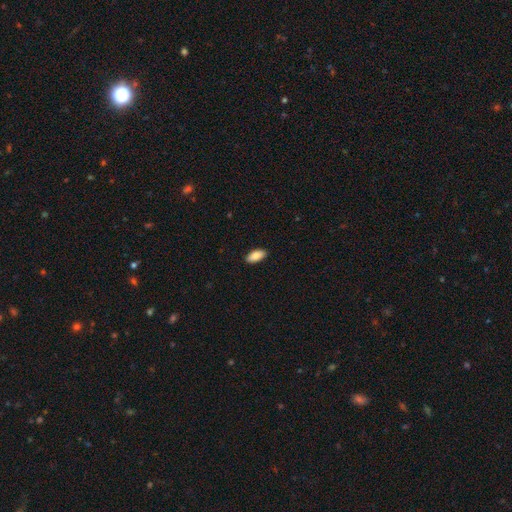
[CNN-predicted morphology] smooth 86%, featured or disk 8%, star or artifact 6%. Down the decision tree: how rounded — in between (91%); merging — none (90%).